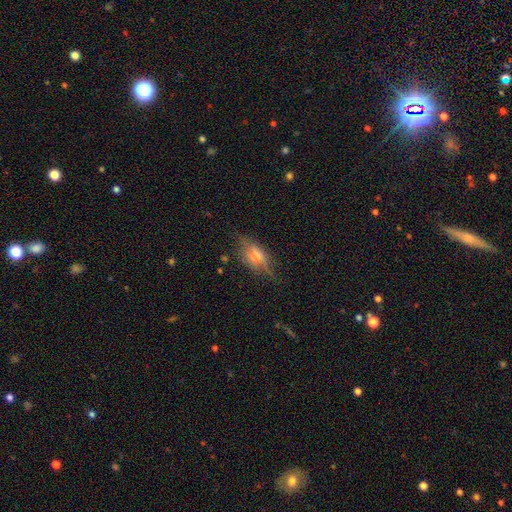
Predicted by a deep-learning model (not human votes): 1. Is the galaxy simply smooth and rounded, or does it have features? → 49% featured or disk, 38% smooth, 13% star or artifact.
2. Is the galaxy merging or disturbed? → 62% none, 23% minor disturbance, 12% major disturbance, 3% merger.